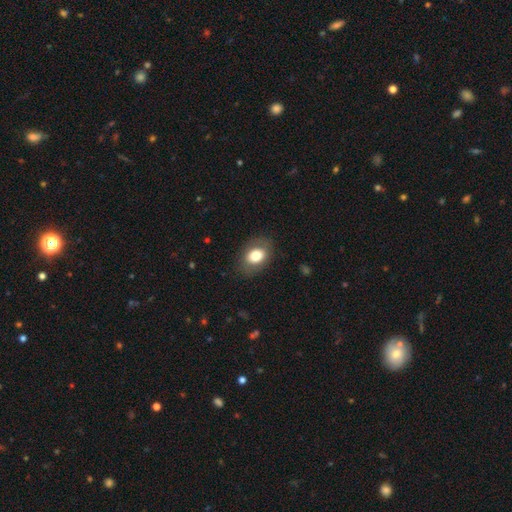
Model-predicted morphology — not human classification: Smooth or featured? Predicted: smooth (p=0.76). How rounded? Predicted: in between (p=0.76). Merging? Predicted: none (p=0.82).